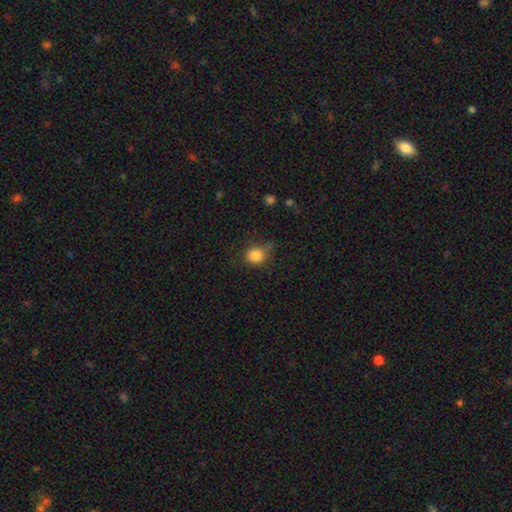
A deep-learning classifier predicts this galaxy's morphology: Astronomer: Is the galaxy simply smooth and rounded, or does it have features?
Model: smooth — 84%.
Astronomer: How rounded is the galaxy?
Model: round — 82%.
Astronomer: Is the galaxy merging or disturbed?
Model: none — 70%.